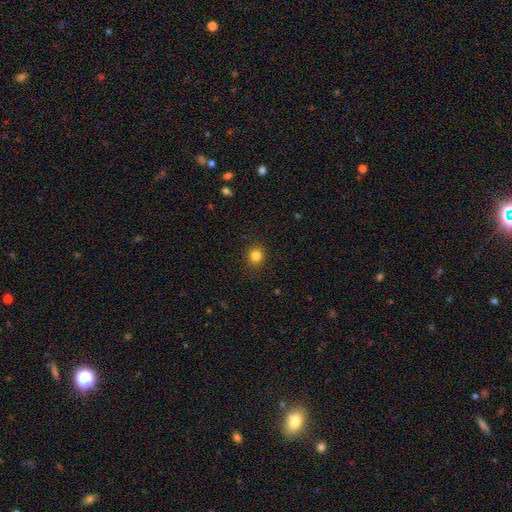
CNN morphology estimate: Smooth or featured? smooth (83%)
How rounded? round (86%)
Merging? none (91%)